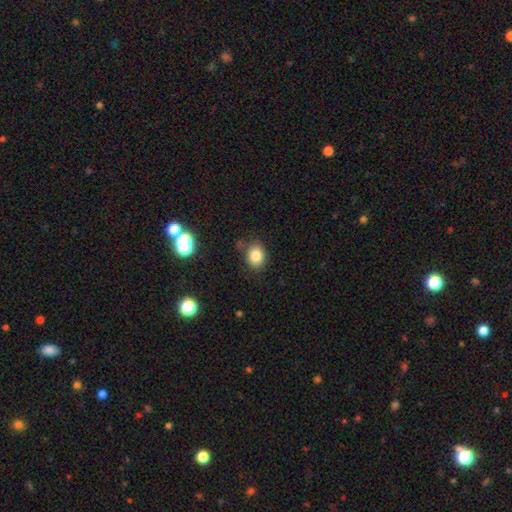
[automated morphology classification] Overall: smooth (82%). How rounded: in between (59%; round 40%). Merging: none (79%).